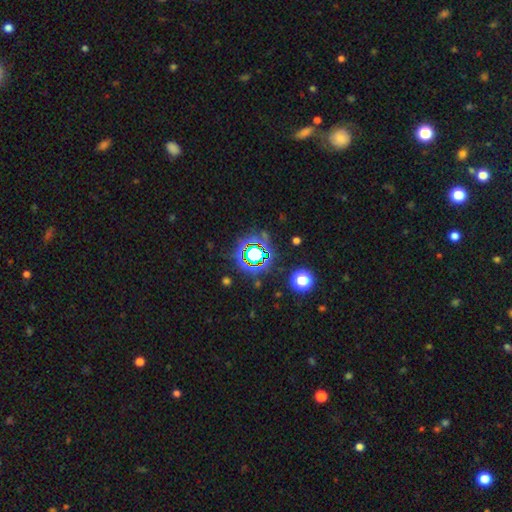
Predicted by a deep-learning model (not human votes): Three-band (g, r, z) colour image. It shows a star or artifact, not a galaxy (67%).